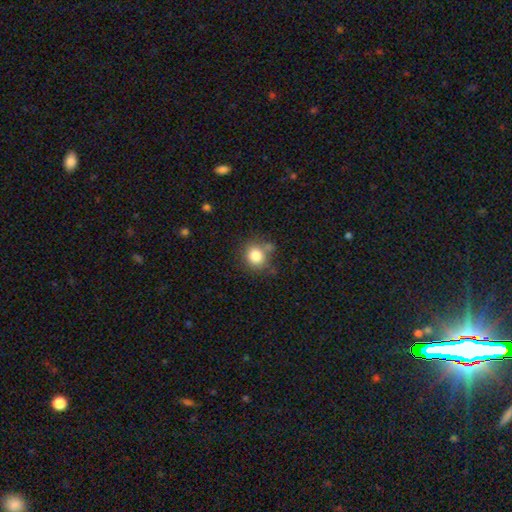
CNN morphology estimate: type=smooth (82%); roundness=round (80%); merging=none (68%).